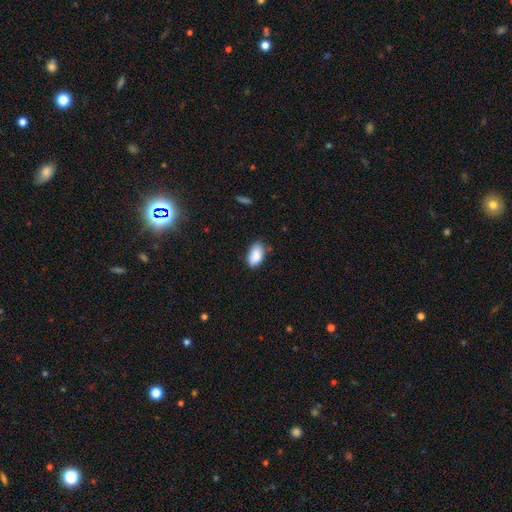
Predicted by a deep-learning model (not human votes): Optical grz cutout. It shows a smooth galaxy with no disk features (88%) that is in between round and cigar-shaped (93%). Merging: none (73%).